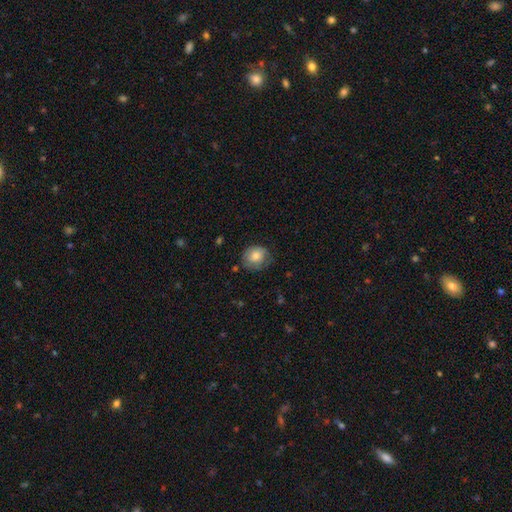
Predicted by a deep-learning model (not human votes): A smooth galaxy with no disk features (73%) that is round (76%). Merging: none (65%).